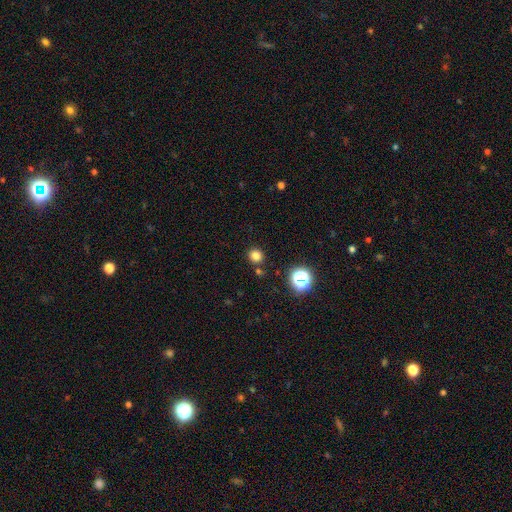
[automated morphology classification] Q: Smooth or featured?
A: smooth (77%); runner-up: star or artifact (18%)
Q: How rounded?
A: round (89%); runner-up: in between (10%)
Q: Merging?
A: none (84%); runner-up: minor disturbance (7%)